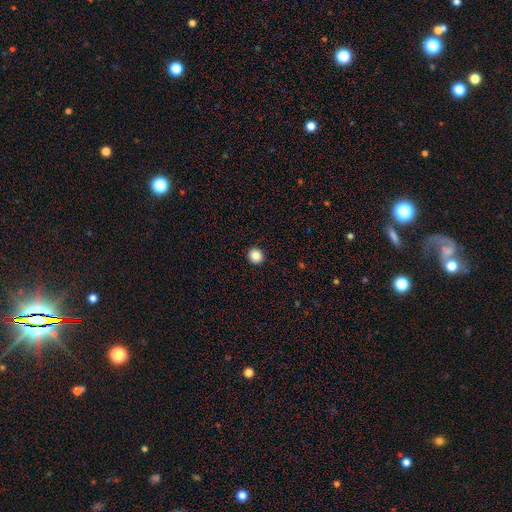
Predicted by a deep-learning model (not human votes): smooth-or-featured: smooth: 87% | star or artifact: 10% | featured or disk: 3%
  how-rounded: round: 91% | in between: 8% | cigar-shaped: 1%
  merging: none: 93% | minor disturbance: 4% | major disturbance: 2% | merger: 1%